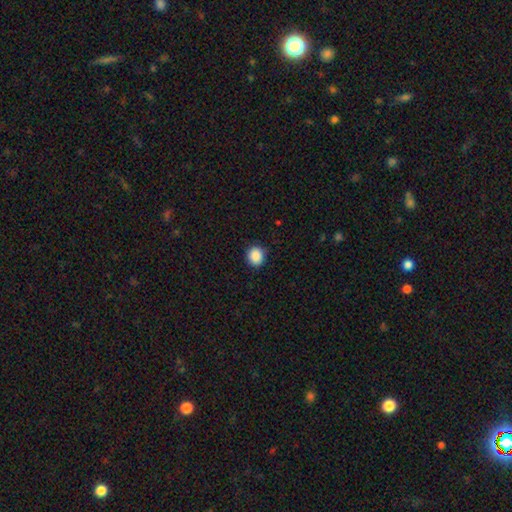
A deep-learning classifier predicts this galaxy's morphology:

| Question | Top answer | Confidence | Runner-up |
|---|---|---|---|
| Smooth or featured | smooth | 89% | star or artifact (9%) |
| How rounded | round | 84% | in between (15%) |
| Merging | none | 90% | minor disturbance (7%) |